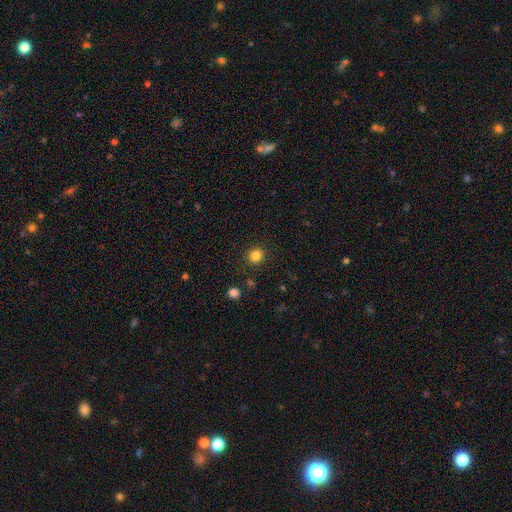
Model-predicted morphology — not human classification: smooth-or-featured: smooth: 83% | star or artifact: 12% | featured or disk: 5%
  how-rounded: round: 89% | in between: 10% | cigar-shaped: 1%
  merging: none: 90% | minor disturbance: 6% | major disturbance: 2% | merger: 2%